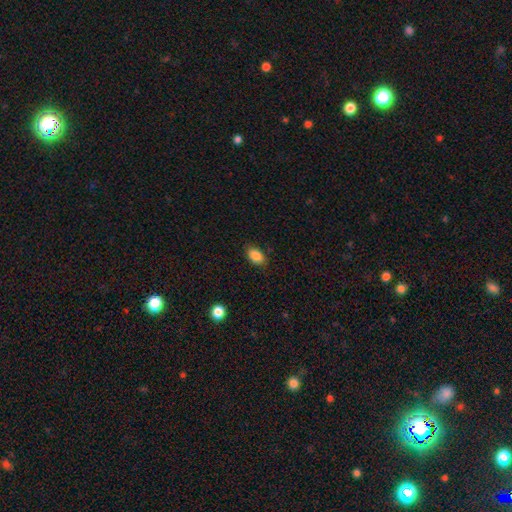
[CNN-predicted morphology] The model was most divided on "merging": none: 85%, minor disturbance: 11%, major disturbance: 3%, merger: 1%. More confident: how rounded — in between (89%); smooth or featured — smooth (87%).